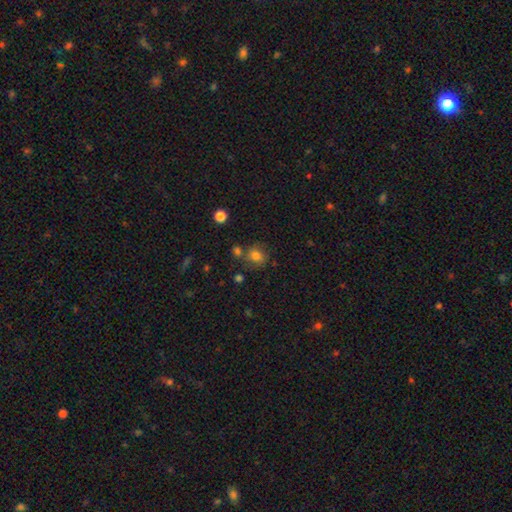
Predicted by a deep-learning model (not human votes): Q: Smooth or featured?
A: smooth (77%); runner-up: star or artifact (13%)
Q: How rounded?
A: round (73%); runner-up: in between (26%)
Q: Merging?
A: none (65%); runner-up: minor disturbance (15%)